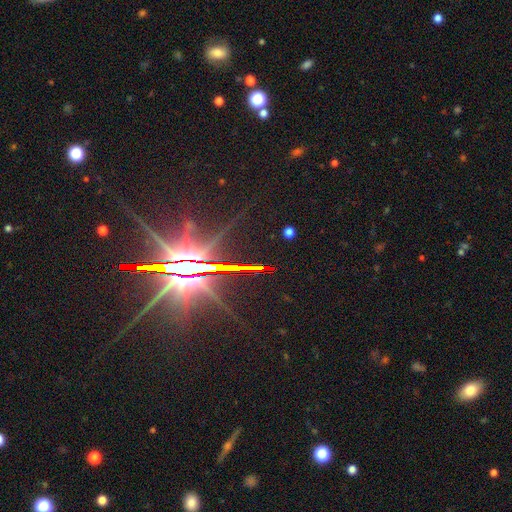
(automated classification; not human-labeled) smooth-or-featured: star or artifact: 77% | featured or disk: 16% | smooth: 6%